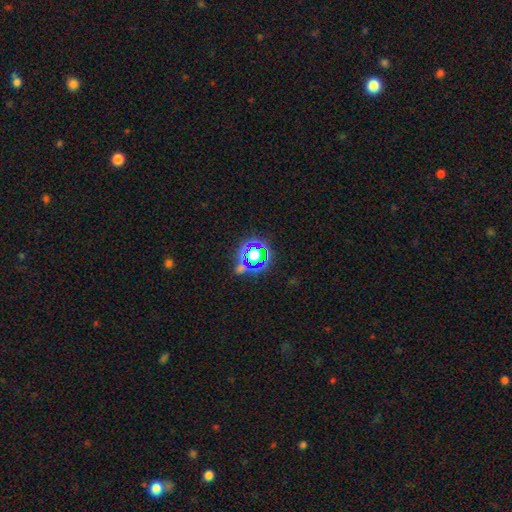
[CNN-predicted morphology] A star or artifact, not a galaxy (76%).

Vote fractions:
- Smooth or featured? star or artifact: 76% / smooth: 16% / featured or disk: 8%